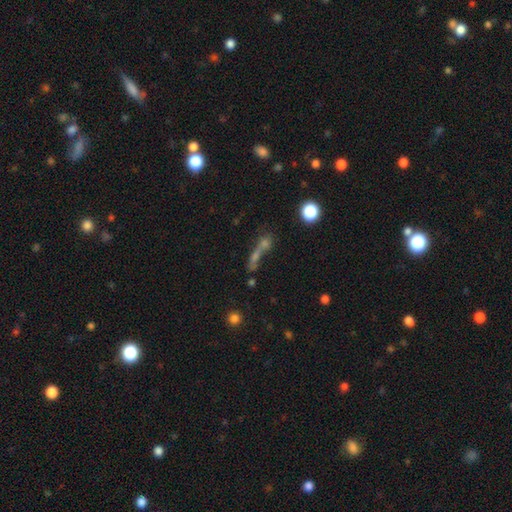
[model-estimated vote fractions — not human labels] smooth-or-featured: smooth: 45% | featured or disk: 28% | star or artifact: 27%
  merging: merger: 46% | none: 33% | major disturbance: 11% | minor disturbance: 9%